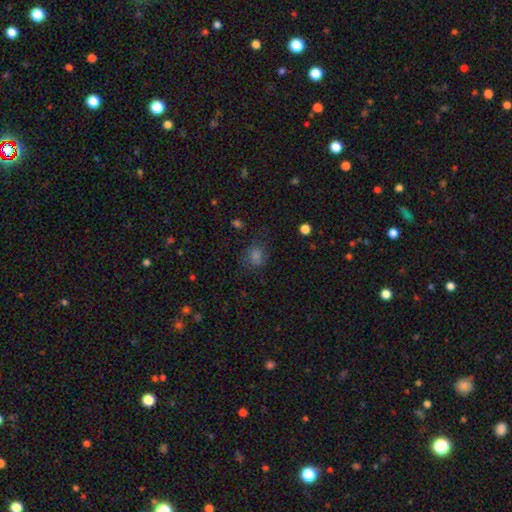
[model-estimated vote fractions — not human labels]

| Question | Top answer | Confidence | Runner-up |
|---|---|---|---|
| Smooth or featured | smooth | 61% | star or artifact (27%) |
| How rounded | round | 67% | in between (31%) |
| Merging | none | 71% | minor disturbance (18%) |